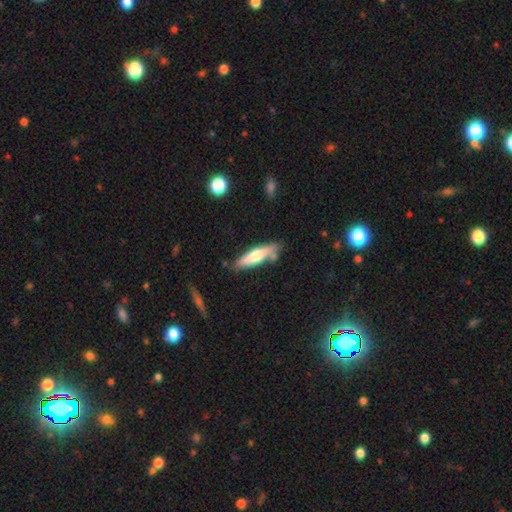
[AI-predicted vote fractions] The model was most divided on "smooth or featured": smooth: 63%, featured or disk: 32%, star or artifact: 6%. More confident: how rounded — cigar-shaped (72%); merging — none (70%).